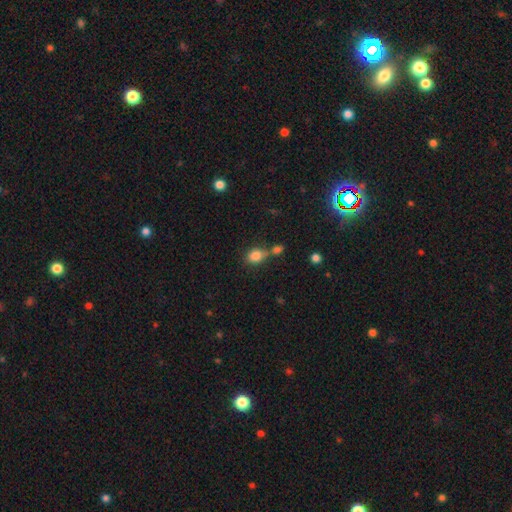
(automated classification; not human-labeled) A smooth galaxy with no disk features (83%) that is round (53%).

Vote fractions:
- Smooth or featured? smooth: 83% / star or artifact: 11% / featured or disk: 7%
- How rounded? round: 53% / in between: 45% / cigar-shaped: 2%
- Merging? none: 46% / merger: 35% / minor disturbance: 13% / major disturbance: 6%